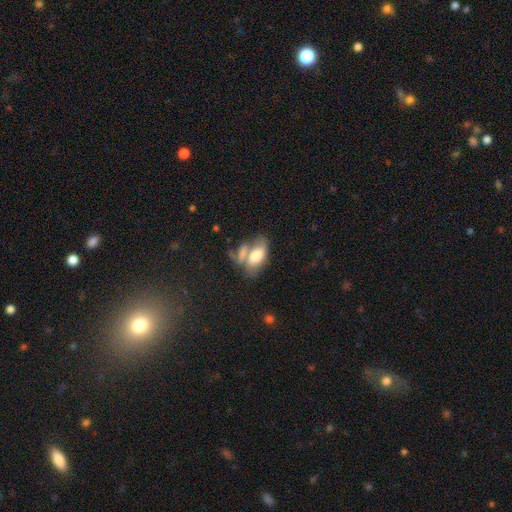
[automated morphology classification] smooth_or_featured: smooth (p=0.70) [alt: featured or disk p=0.22]
how_rounded: in between (p=0.90) [alt: round p=0.05]
merging: merger (p=0.41) [alt: none p=0.32]